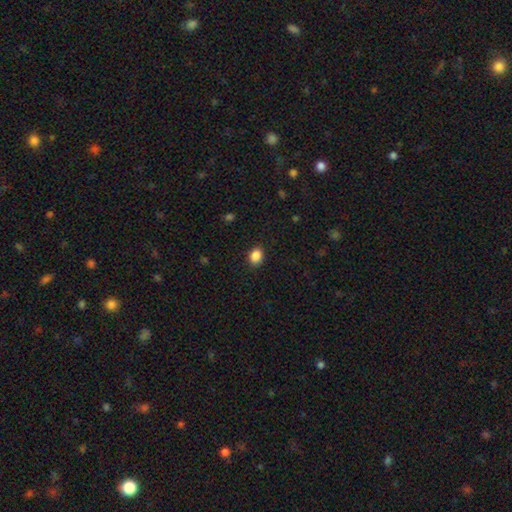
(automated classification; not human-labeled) smooth 87%, star or artifact 10%, featured or disk 3%. Down the decision tree: how rounded — in between (50%); merging — none (87%).